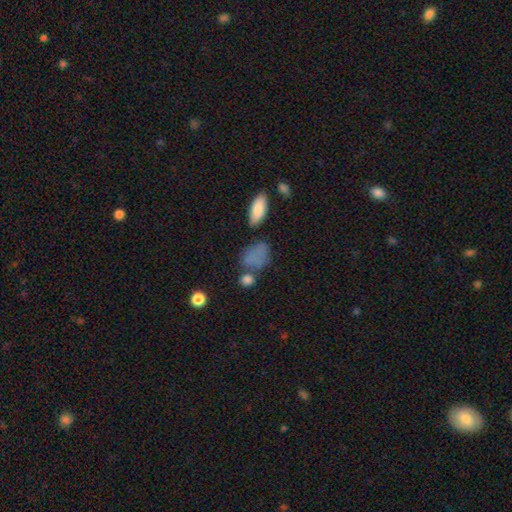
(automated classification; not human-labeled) Q: Smooth or featured?
A: smooth (74%); runner-up: star or artifact (13%)
Q: How rounded?
A: in between (68%); runner-up: round (29%)
Q: Merging?
A: none (44%); runner-up: minor disturbance (22%)